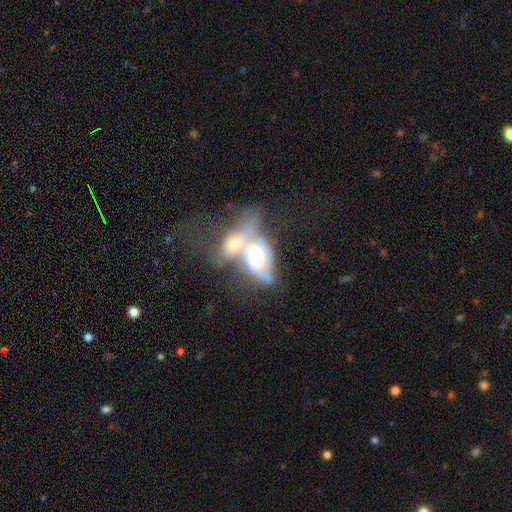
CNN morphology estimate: This appears to be a featured or disk galaxy (64%) with no bar (59%), spiral arms (55%) and a moderate central bulge (49%). Merging: merger (73%).